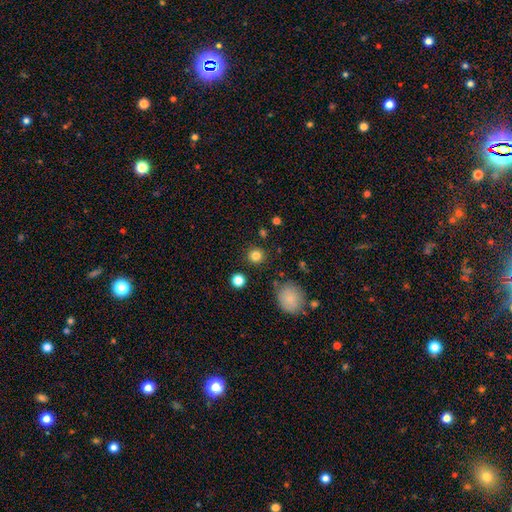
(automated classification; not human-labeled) Smooth or featured? smooth (82%)
How rounded? round (92%)
Merging? none (88%)